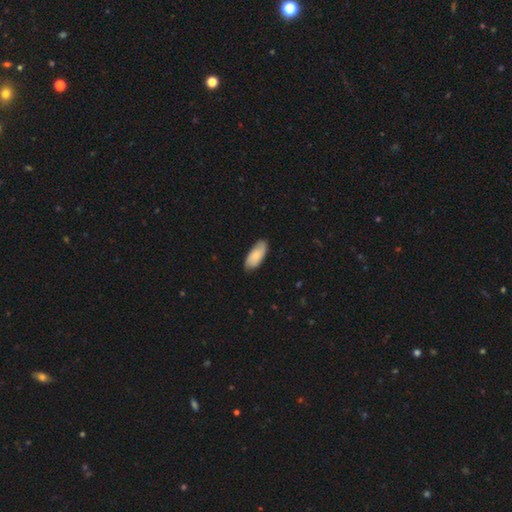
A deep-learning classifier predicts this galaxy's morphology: Q: Smooth or featured?
A: smooth (72%); runner-up: featured or disk (22%)
Q: How rounded?
A: in between (86%); runner-up: cigar-shaped (13%)
Q: Merging?
A: none (82%); runner-up: minor disturbance (15%)